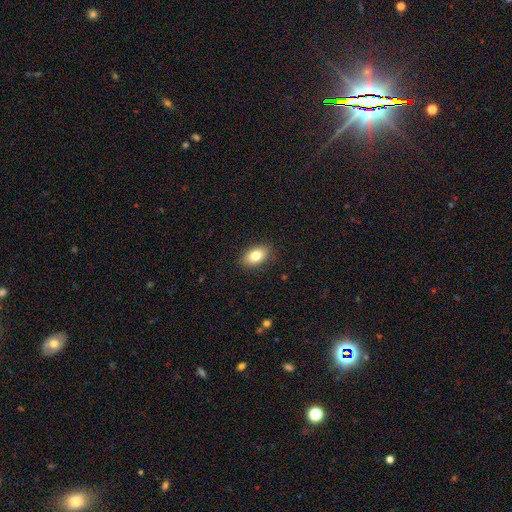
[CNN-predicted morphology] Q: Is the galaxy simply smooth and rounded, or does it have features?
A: smooth — 81%.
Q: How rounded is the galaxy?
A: in between — 89%.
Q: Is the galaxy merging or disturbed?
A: none — 88%.